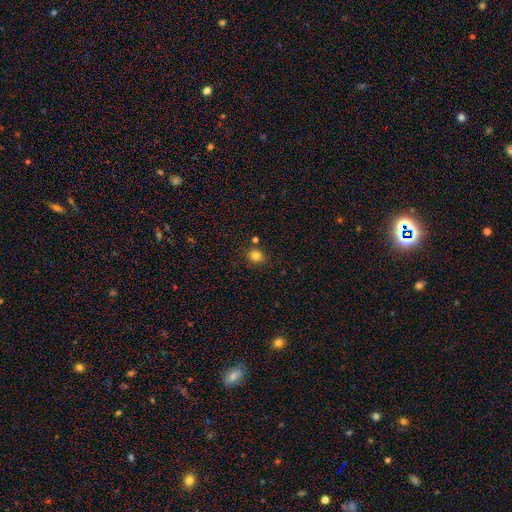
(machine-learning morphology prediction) smooth-or-featured: smooth: 82% | star or artifact: 13% | featured or disk: 5%
  how-rounded: round: 74% | in between: 25% | cigar-shaped: 1%
  merging: none: 83% | minor disturbance: 10% | merger: 5% | major disturbance: 3%